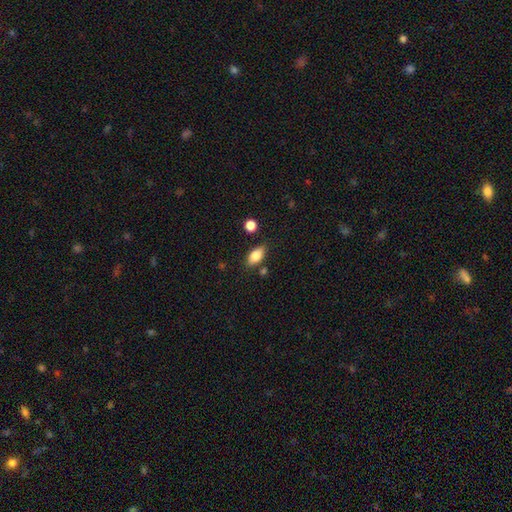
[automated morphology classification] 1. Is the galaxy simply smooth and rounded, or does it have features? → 79% smooth, 13% featured or disk, 8% star or artifact.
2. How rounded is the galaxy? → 86% in between, 7% cigar-shaped, 6% round.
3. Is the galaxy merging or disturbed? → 79% none, 13% minor disturbance, 5% merger, 3% major disturbance.